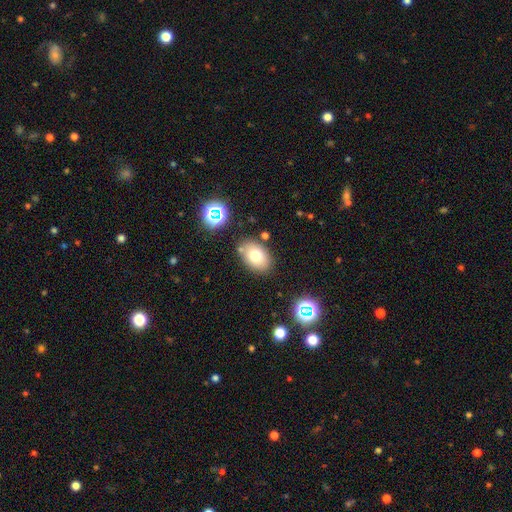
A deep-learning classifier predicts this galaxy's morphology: Smooth or featured? Predicted: smooth (p=0.74). How rounded? Predicted: in between (p=0.81). Merging? Predicted: none (p=0.80).